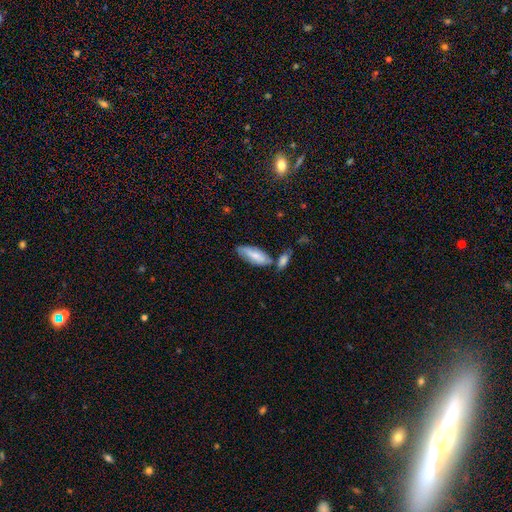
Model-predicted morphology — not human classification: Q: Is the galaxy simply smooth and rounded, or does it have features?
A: smooth — 70%.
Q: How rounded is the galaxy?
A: in between — 75%.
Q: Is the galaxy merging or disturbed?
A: none — 52%.